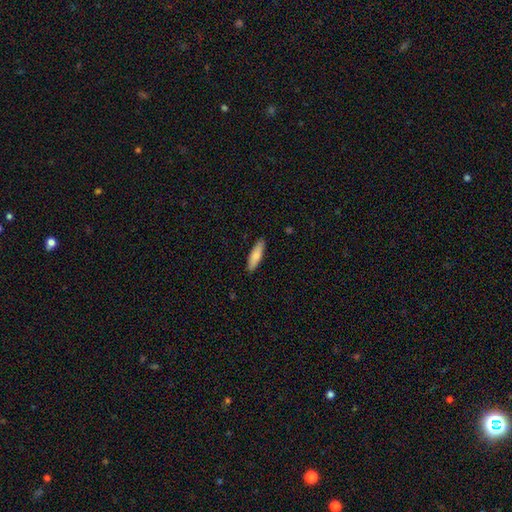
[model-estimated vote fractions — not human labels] Q: Smooth or featured?
A: smooth (81%); runner-up: featured or disk (14%)
Q: How rounded?
A: cigar-shaped (58%); runner-up: in between (41%)
Q: Merging?
A: none (89%); runner-up: minor disturbance (9%)